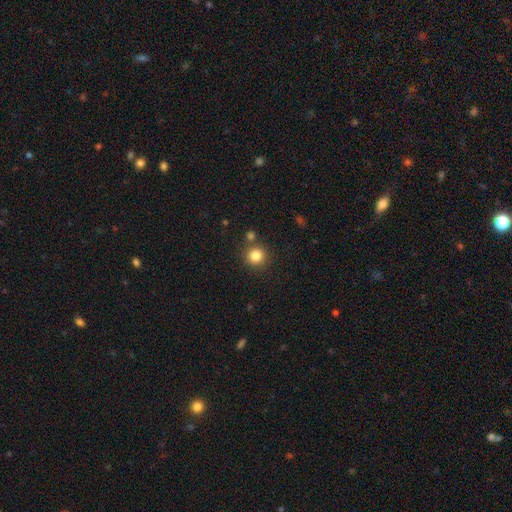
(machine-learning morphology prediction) A smooth galaxy with no disk features (83%) that is round (92%).

Vote fractions:
- Smooth or featured? smooth: 83% / star or artifact: 12% / featured or disk: 5%
- How rounded? round: 92% / in between: 7% / cigar-shaped: 1%
- Merging? none: 81% / merger: 9% / minor disturbance: 8% / major disturbance: 3%